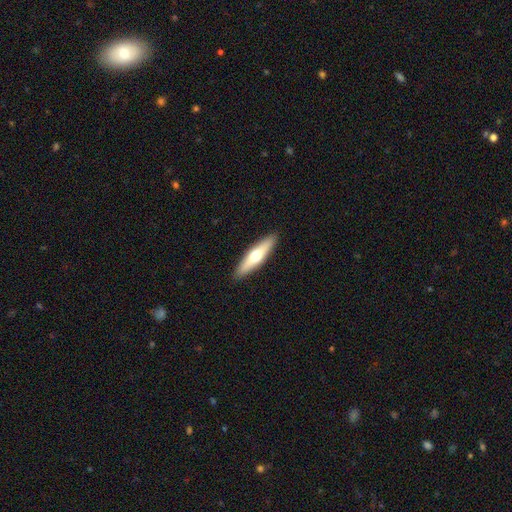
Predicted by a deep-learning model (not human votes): Smooth or featured: smooth — 51% (featured or disk — 44%)
How rounded: cigar-shaped — 73% (in between — 25%)
Merging: none — 91% (minor disturbance — 7%)